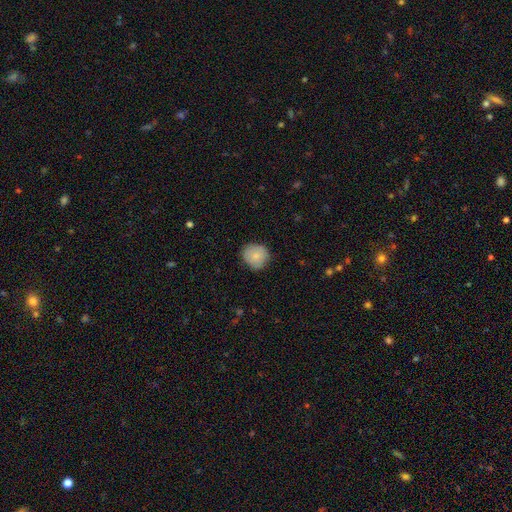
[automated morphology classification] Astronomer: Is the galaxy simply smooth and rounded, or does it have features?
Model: smooth — 82%.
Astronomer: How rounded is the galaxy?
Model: round — 86%.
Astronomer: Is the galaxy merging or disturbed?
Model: none — 77%.